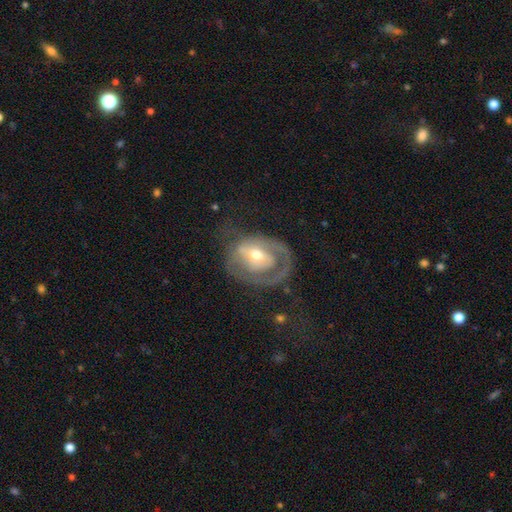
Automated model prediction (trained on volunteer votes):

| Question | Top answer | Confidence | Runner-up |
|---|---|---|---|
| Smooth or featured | featured or disk | 71% | smooth (23%) |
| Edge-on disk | no | 95% | yes (5%) |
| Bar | no | 49% | weak (37%) |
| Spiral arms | yes | 68% | no (32%) |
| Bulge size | moderate | 60% | small (34%) |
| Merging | none | 43% | major disturbance (31%) |